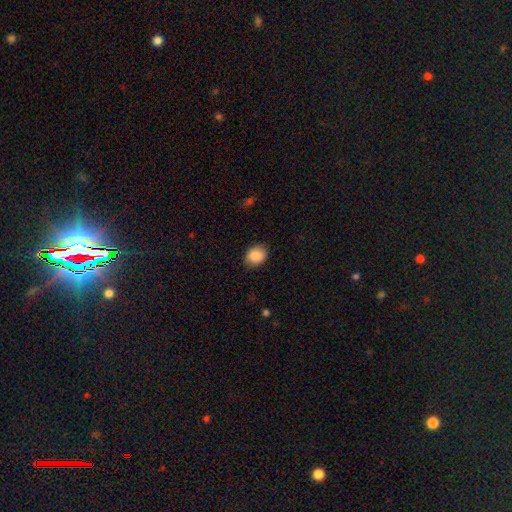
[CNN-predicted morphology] Smooth or featured?
  - smooth: 89% *
  - star or artifact: 7%
  - featured or disk: 4%
How rounded?
  - in between: 52% *
  - round: 47%
  - cigar-shaped: 1%
Merging?
  - none: 84% *
  - minor disturbance: 12%
  - major disturbance: 3%
  - merger: 1%